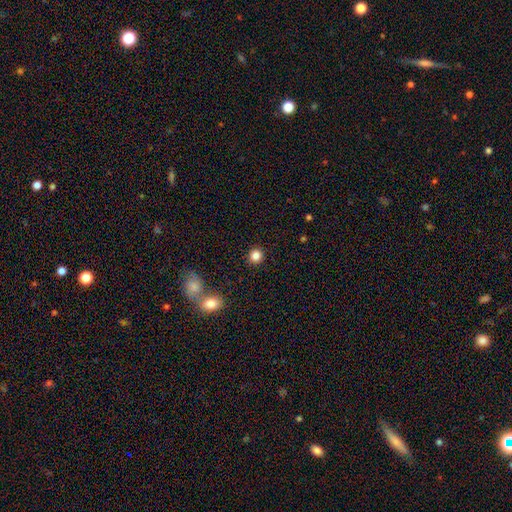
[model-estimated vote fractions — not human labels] Smooth or featured?
  - smooth: 85% *
  - star or artifact: 11%
  - featured or disk: 5%
How rounded?
  - round: 90% *
  - in between: 9%
  - cigar-shaped: 1%
Merging?
  - none: 90% *
  - minor disturbance: 5%
  - merger: 3%
  - major disturbance: 2%